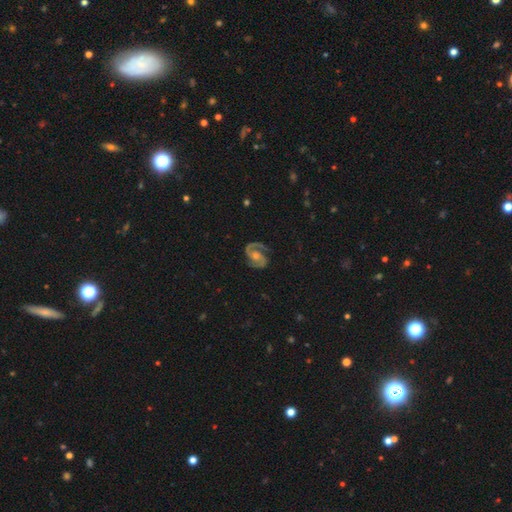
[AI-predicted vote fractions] Smooth or featured: featured or disk — 91% (star or artifact — 5%)
Edge-on disk: no — 98% (yes — 2%)
Bar: no — 52% (weak — 36%)
Spiral arms: yes — 98% (no — 2%)
Spiral winding: medium — 53% (tight — 37%)
Spiral arm count: 2 — 91% (1 — 4%)
Bulge size: moderate — 62% (small — 24%)
Merging: none — 82% (minor disturbance — 12%)